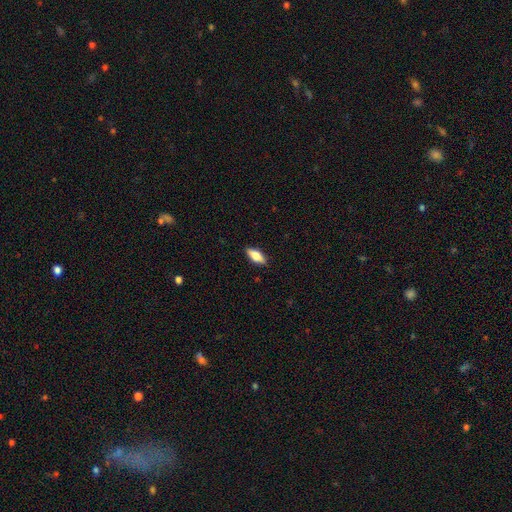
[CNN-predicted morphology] A smooth galaxy with no disk features (69%) that is in between round and cigar-shaped (75%).

Vote fractions:
- Smooth or featured? smooth: 69% / featured or disk: 25% / star or artifact: 7%
- How rounded? in between: 75% / cigar-shaped: 22% / round: 3%
- Merging? none: 88% / minor disturbance: 9% / major disturbance: 2% / merger: 1%